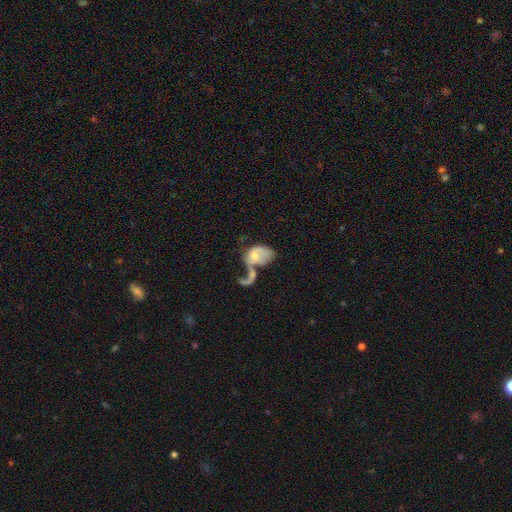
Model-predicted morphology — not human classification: Overall: featured or disk (51%; smooth 42%). Edge-on disk: no (96%). Merging: merger (51%; major disturbance 30%).